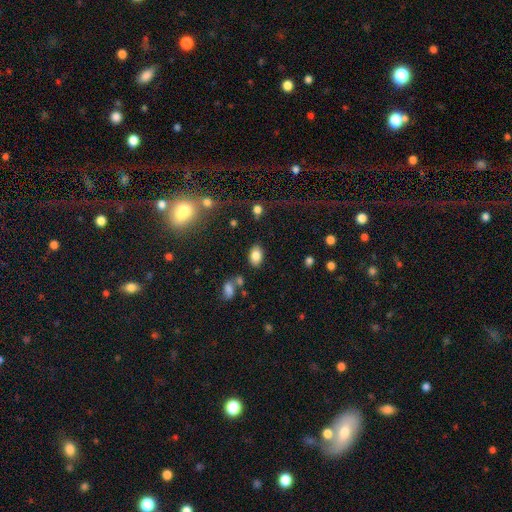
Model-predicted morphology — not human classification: Overall: smooth (83%). How rounded: in between (86%). Merging: none (82%).